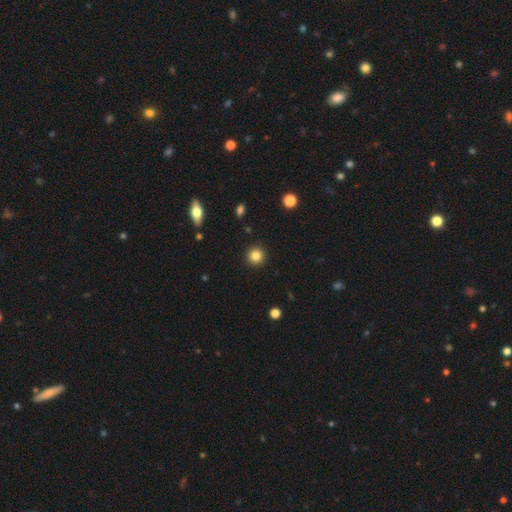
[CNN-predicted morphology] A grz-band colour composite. It shows a smooth galaxy with no disk features (84%) that is round (94%). Merging: none (92%).